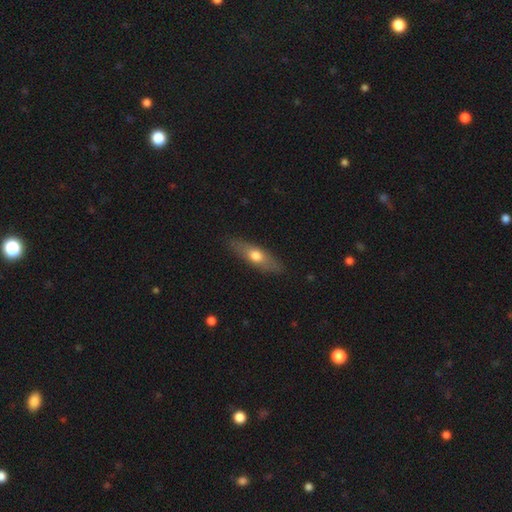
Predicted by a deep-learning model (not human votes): smooth 59%, featured or disk 35%, star or artifact 6%. Down the decision tree: how rounded — in between (49%); merging — none (84%).